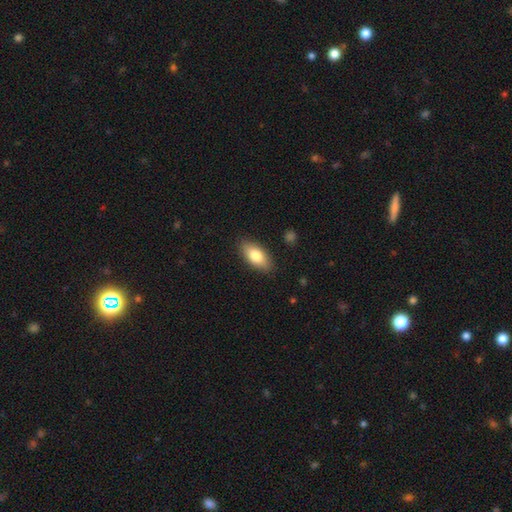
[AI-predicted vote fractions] Q: Smooth or featured?
A: smooth (79%); runner-up: featured or disk (14%)
Q: How rounded?
A: in between (88%); runner-up: cigar-shaped (8%)
Q: Merging?
A: none (87%); runner-up: minor disturbance (10%)